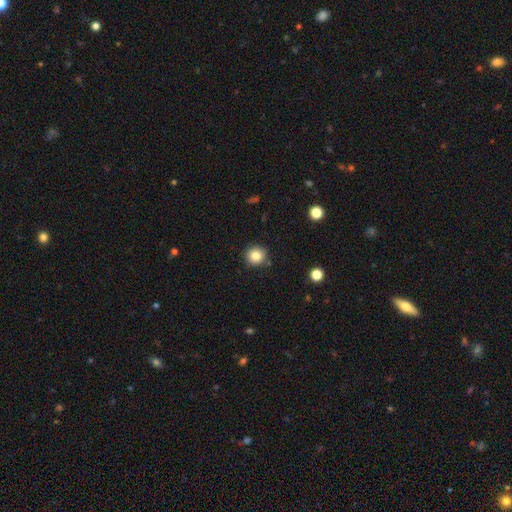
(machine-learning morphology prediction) Smooth or featured?
  - smooth: 85% *
  - star or artifact: 10%
  - featured or disk: 5%
How rounded?
  - round: 91% *
  - in between: 8%
  - cigar-shaped: 1%
Merging?
  - none: 89% *
  - minor disturbance: 7%
  - merger: 2%
  - major disturbance: 2%